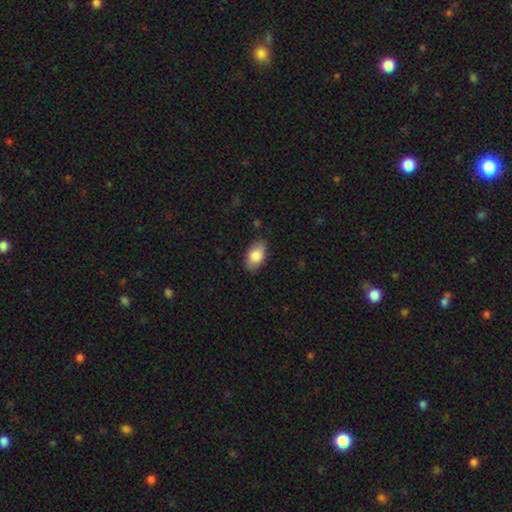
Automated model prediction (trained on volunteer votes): The model was most divided on "merging": none: 84%, minor disturbance: 13%, major disturbance: 3%, merger: 1%. More confident: how rounded — in between (92%); smooth or featured — smooth (83%).